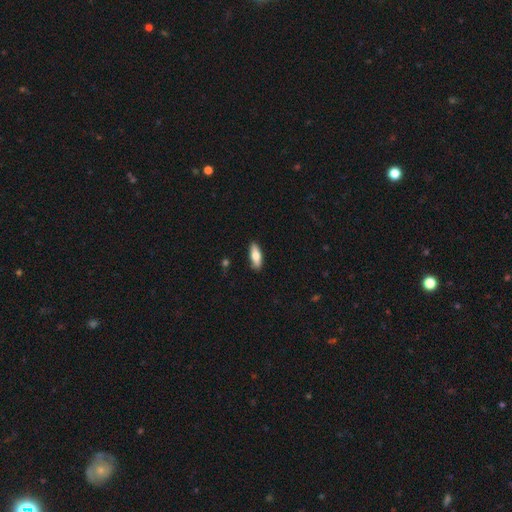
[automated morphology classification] Smooth or featured? Predicted: smooth (p=0.74). How rounded? Predicted: in between (p=0.59). Merging? Predicted: none (p=0.88).